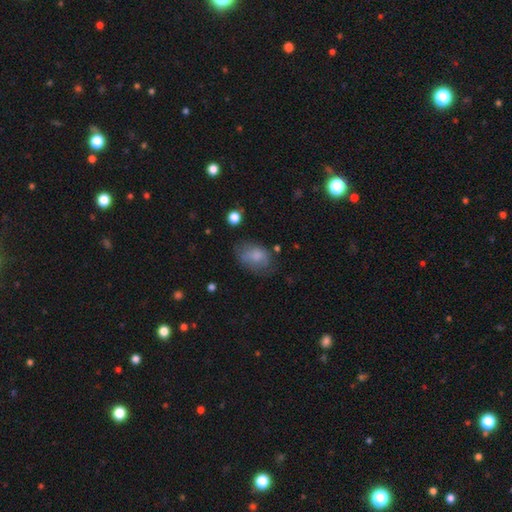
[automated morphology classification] Q: Smooth or featured?
A: smooth (73%); runner-up: featured or disk (17%)
Q: How rounded?
A: in between (79%); runner-up: round (19%)
Q: Merging?
A: none (51%); runner-up: minor disturbance (29%)